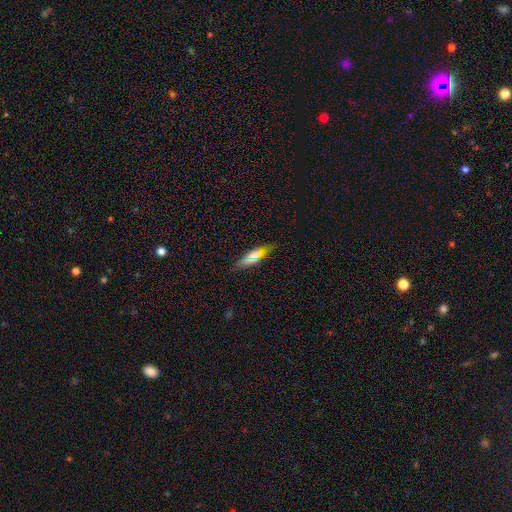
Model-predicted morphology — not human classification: This appears to be a smooth galaxy with no disk features (62%) that is in between round and cigar-shaped (50%). Merging: none (85%).